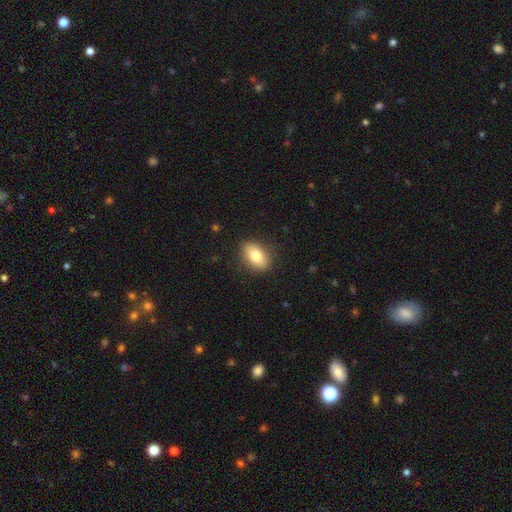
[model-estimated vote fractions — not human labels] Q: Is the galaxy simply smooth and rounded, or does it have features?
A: smooth — 79%.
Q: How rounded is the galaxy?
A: in between — 86%.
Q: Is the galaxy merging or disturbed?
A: none — 86%.